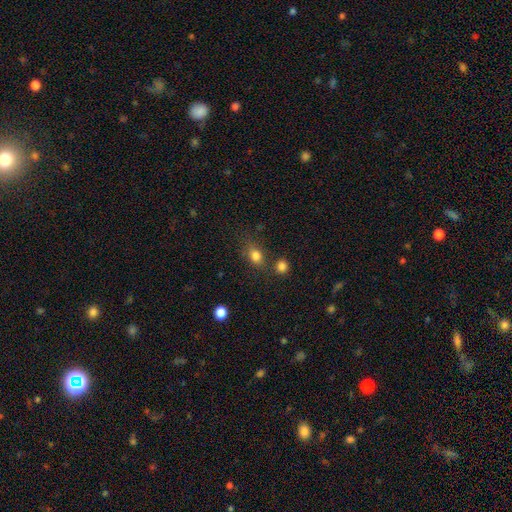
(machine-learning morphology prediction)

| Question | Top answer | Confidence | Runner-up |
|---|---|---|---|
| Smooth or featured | smooth | 81% | star or artifact (12%) |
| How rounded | in between | 59% | round (39%) |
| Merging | none | 62% | minor disturbance (17%) |